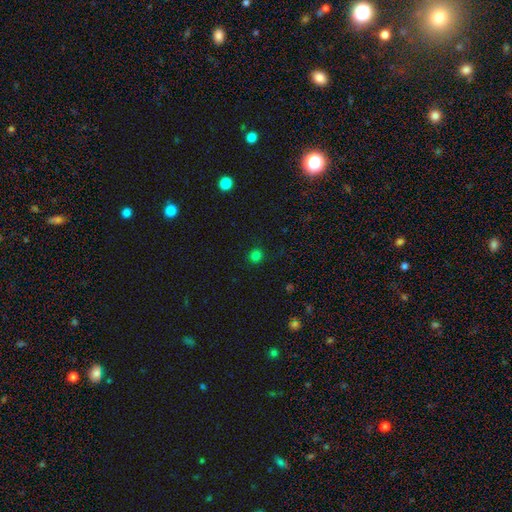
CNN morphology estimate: This appears to be a smooth galaxy with no disk features (79%) that is round (91%). Merging: none (90%).